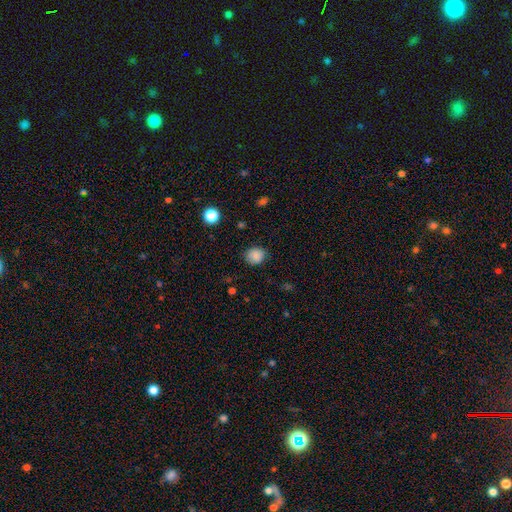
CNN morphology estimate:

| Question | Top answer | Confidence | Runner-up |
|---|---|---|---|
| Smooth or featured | smooth | 86% | star or artifact (10%) |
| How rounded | round | 74% | in between (25%) |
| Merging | none | 83% | minor disturbance (13%) |